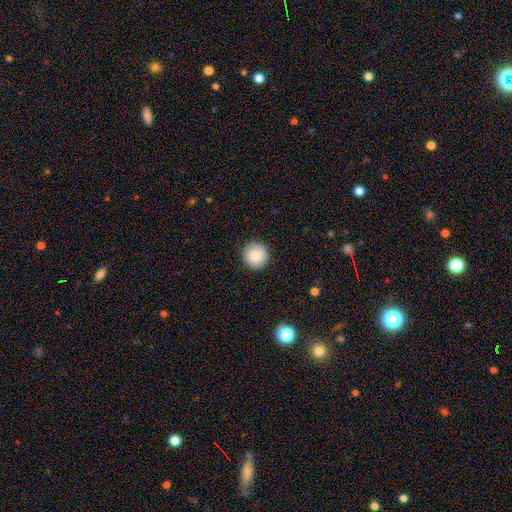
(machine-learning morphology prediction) This appears to be a smooth galaxy with no disk features (87%) that is round (96%). Merging: none (92%).